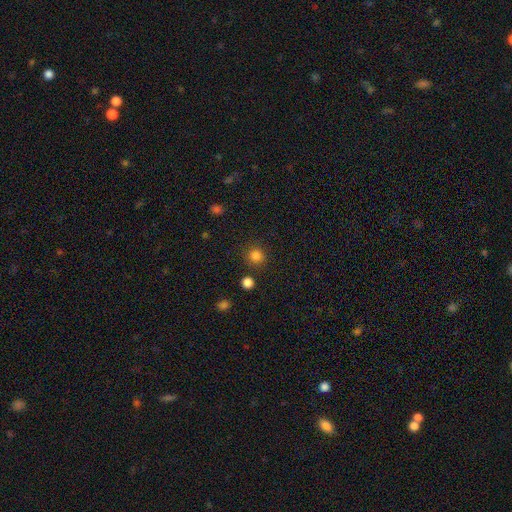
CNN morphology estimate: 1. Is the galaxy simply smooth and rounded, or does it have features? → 83% smooth, 13% star or artifact, 4% featured or disk.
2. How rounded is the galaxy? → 92% round, 7% in between, 1% cigar-shaped.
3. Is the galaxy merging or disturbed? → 86% none, 7% minor disturbance, 4% merger, 3% major disturbance.